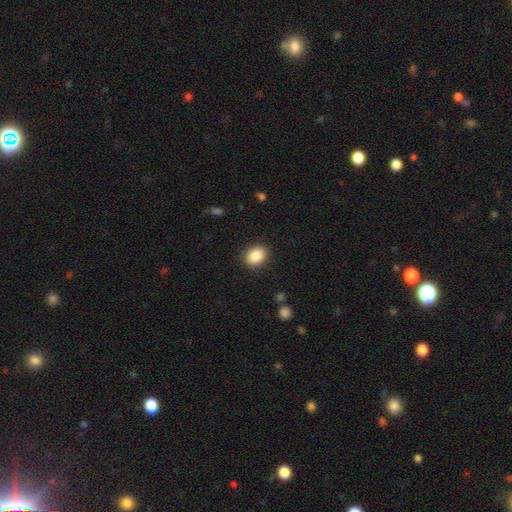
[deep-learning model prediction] Smooth or featured? Predicted: smooth (p=0.87). How rounded? Predicted: in between (p=0.60). Merging? Predicted: none (p=0.88).